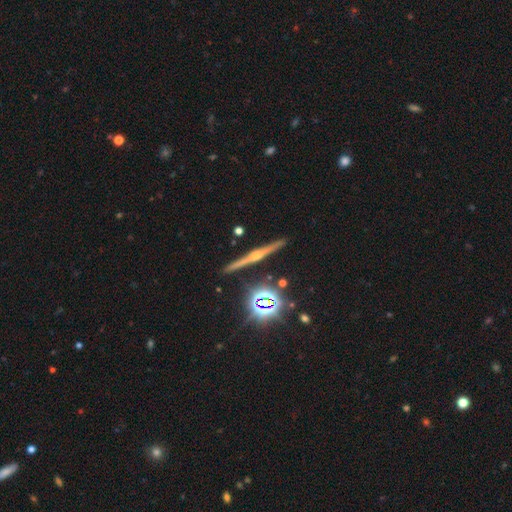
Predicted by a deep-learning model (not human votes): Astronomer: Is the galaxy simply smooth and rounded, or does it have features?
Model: featured or disk — 74%.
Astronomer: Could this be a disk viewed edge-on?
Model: yes — 98%.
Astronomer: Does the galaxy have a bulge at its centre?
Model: rounded — 85%.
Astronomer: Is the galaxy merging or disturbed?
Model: none — 90%.